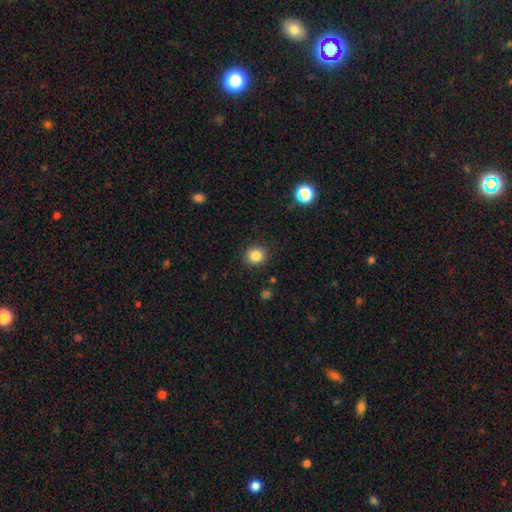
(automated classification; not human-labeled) A smooth galaxy with no disk features (84%) that is round (86%). Merging: none (90%).